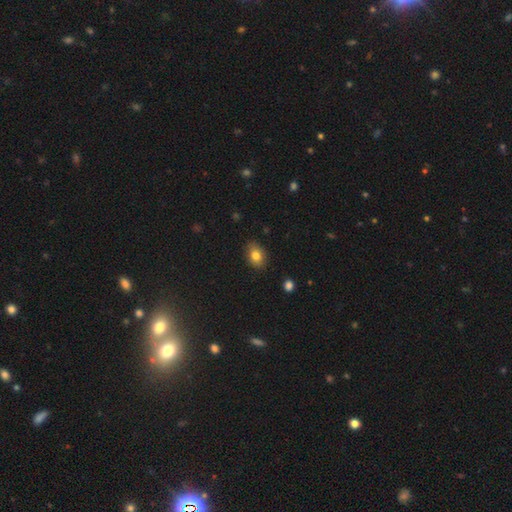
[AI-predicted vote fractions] A smooth galaxy with no disk features (80%) that is in between round and cigar-shaped (70%).

Vote fractions:
- Smooth or featured? smooth: 80% / star or artifact: 10% / featured or disk: 10%
- How rounded? in between: 70% / round: 29% / cigar-shaped: 1%
- Merging? none: 86% / minor disturbance: 11% / major disturbance: 2% / merger: 1%